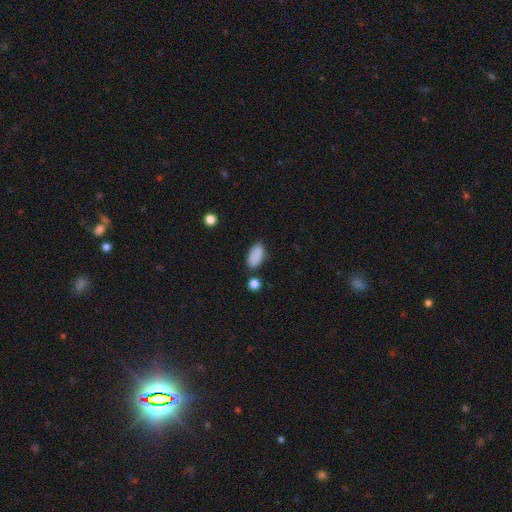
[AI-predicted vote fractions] Q: Smooth or featured?
A: smooth (88%); runner-up: star or artifact (8%)
Q: How rounded?
A: in between (92%); runner-up: round (4%)
Q: Merging?
A: none (76%); runner-up: minor disturbance (15%)